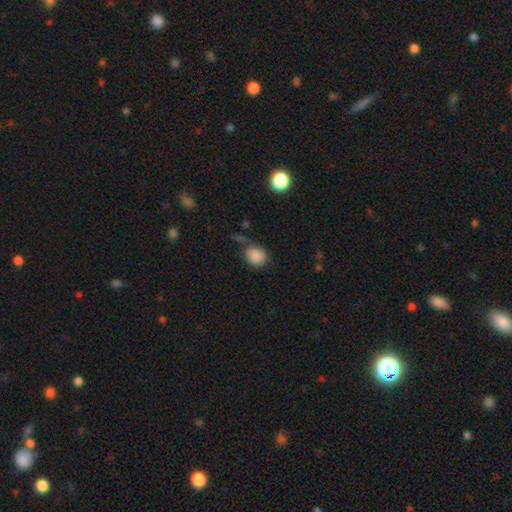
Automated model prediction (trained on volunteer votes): This appears to be a smooth galaxy with no disk features (85%) that is round (64%). Merging: none (63%).